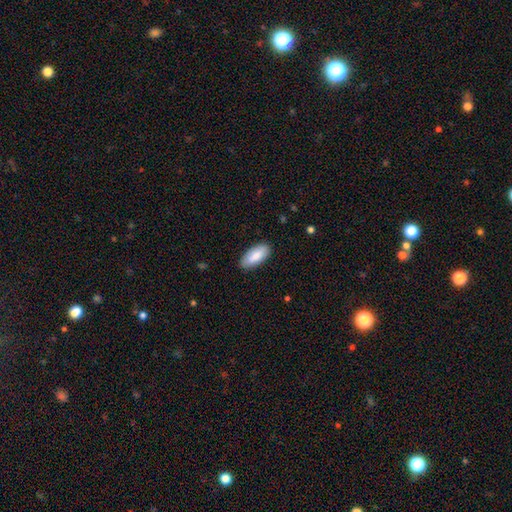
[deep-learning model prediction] smooth-or-featured: smooth: 86% | featured or disk: 8% | star or artifact: 5%
  how-rounded: in between: 89% | cigar-shaped: 10% | round: 2%
  merging: none: 87% | minor disturbance: 10% | major disturbance: 2% | merger: 1%